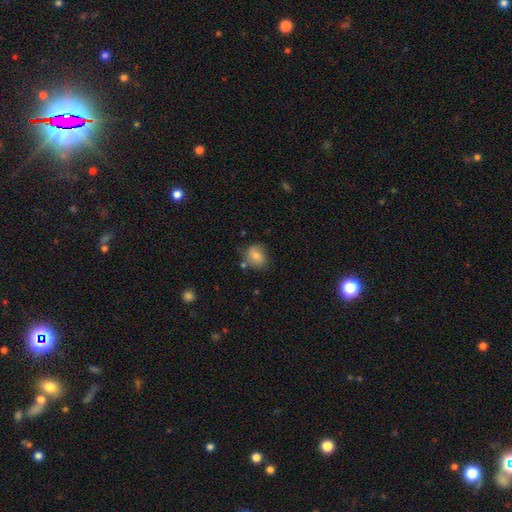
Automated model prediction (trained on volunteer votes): smooth_or_featured: smooth (p=0.76) [alt: featured or disk p=0.14]
how_rounded: round (p=0.58) [alt: in between p=0.41]
merging: none (p=0.66) [alt: minor disturbance p=0.22]